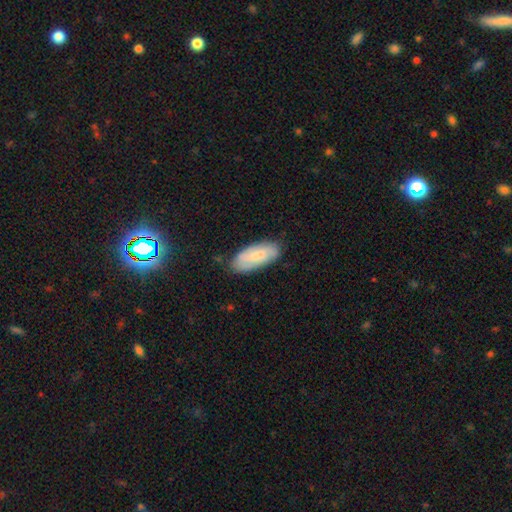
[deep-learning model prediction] Overall: smooth (60%; featured or disk 33%). How rounded: in between (82%). Merging: none (79%).